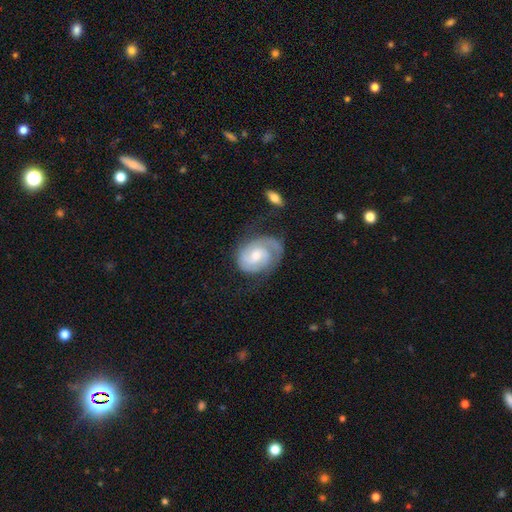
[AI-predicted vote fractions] featured or disk 84%, smooth 11%, star or artifact 5%. Down the decision tree: edge-on disk — no (98%); bar — no (51%); spiral arms — yes (97%); spiral arm count — 2 (66%); spiral winding — tight (56%); bulge size — moderate (50%); merging — none (61%).